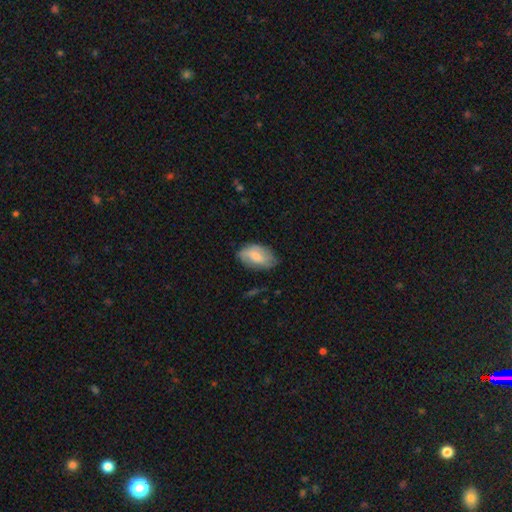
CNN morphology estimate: A smooth galaxy with no disk features (69%) that is in between round and cigar-shaped (92%).

Vote fractions:
- Smooth or featured? smooth: 69% / featured or disk: 25% / star or artifact: 6%
- How rounded? in between: 92% / round: 6% / cigar-shaped: 2%
- Merging? none: 62% / minor disturbance: 29% / major disturbance: 7% / merger: 2%